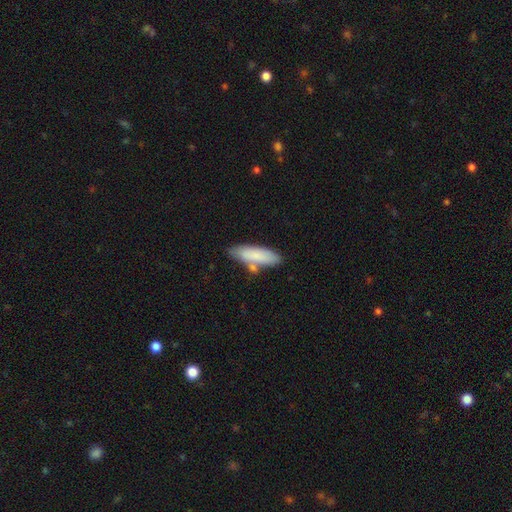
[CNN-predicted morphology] Smooth or featured? Predicted: smooth (p=0.81). How rounded? Predicted: in between (p=0.49, tied with cigar-shaped). Merging? Predicted: none (p=0.64).